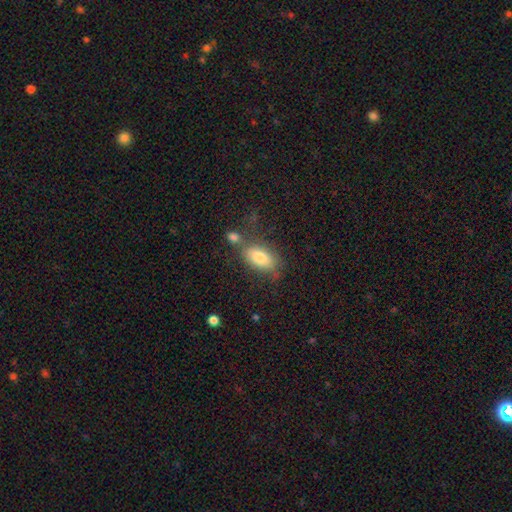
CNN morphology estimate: Smooth or featured? smooth (75%)
How rounded? in between (87%)
Merging? none (63%)